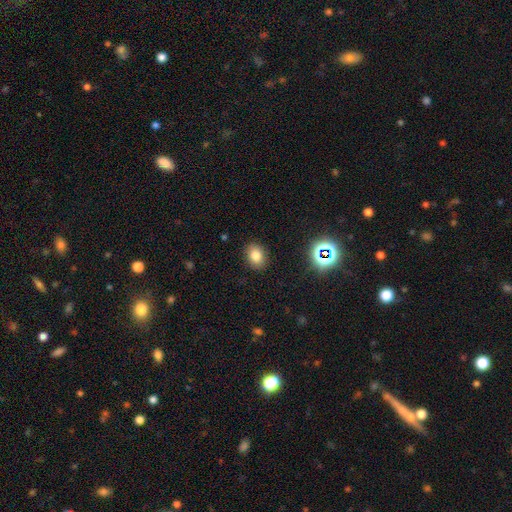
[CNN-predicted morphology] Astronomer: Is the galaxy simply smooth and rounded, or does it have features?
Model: smooth — 78%.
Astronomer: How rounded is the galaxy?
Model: in between — 62% (runner-up: round, 37%).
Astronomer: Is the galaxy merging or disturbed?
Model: none — 88%.